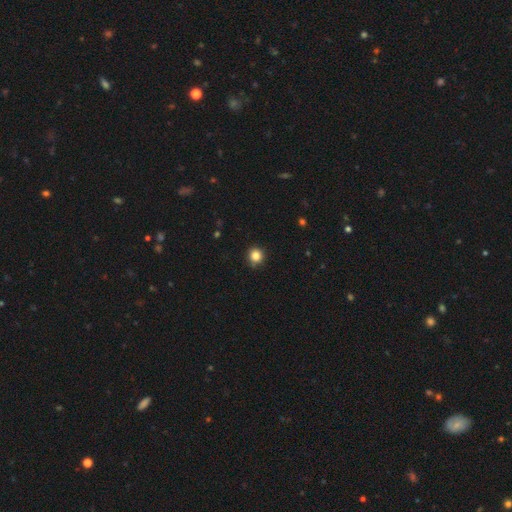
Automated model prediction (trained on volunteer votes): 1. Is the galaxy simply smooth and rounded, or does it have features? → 83% smooth, 12% star or artifact, 5% featured or disk.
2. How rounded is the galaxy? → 93% round, 6% in between, 1% cigar-shaped.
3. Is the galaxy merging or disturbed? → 88% none, 9% minor disturbance, 2% major disturbance, 1% merger.